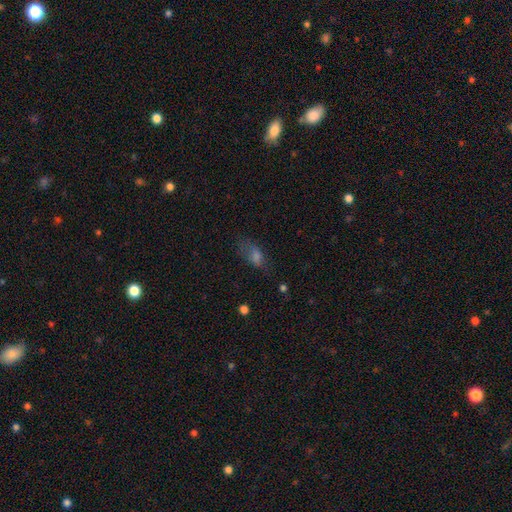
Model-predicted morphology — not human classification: Smooth or featured? Predicted: smooth (p=0.59). How rounded? Predicted: in between (p=0.79). Merging? Predicted: none (p=0.50).